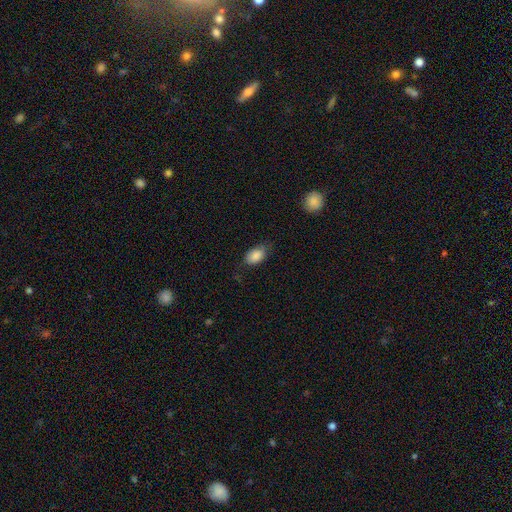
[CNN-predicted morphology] Smooth or featured? Predicted: smooth (p=0.87). How rounded? Predicted: in between (p=0.90). Merging? Predicted: none (p=0.68).